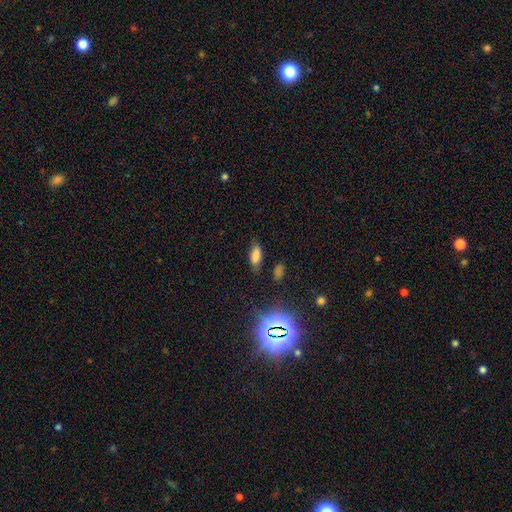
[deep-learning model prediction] Smooth or featured? smooth (76%)
How rounded? in between (79%)
Merging? none (73%)